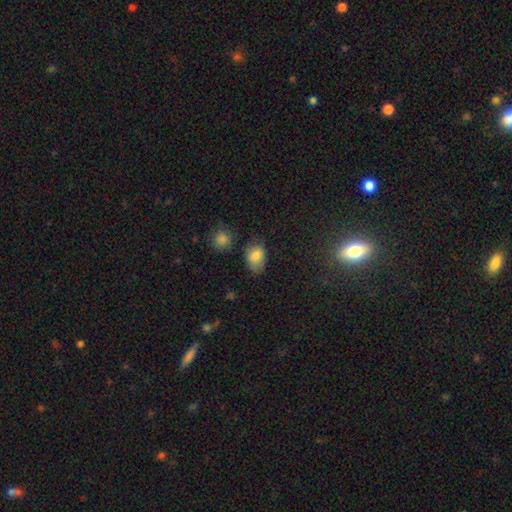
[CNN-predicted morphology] This appears to be a smooth galaxy with no disk features (83%) that is in between round and cigar-shaped (81%). Merging: none (66%).